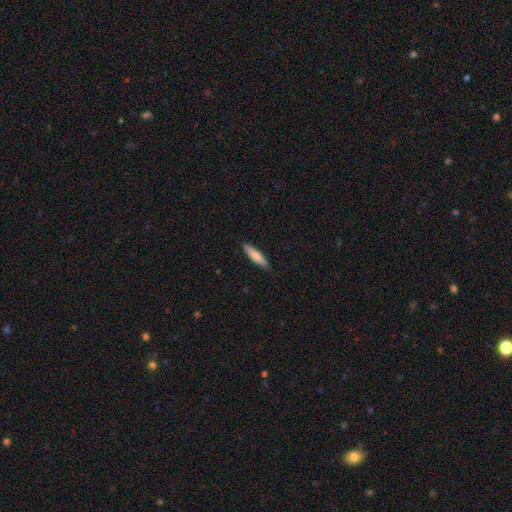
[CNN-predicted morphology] type=smooth (77%); roundness=cigar-shaped (80%); merging=none (87%).